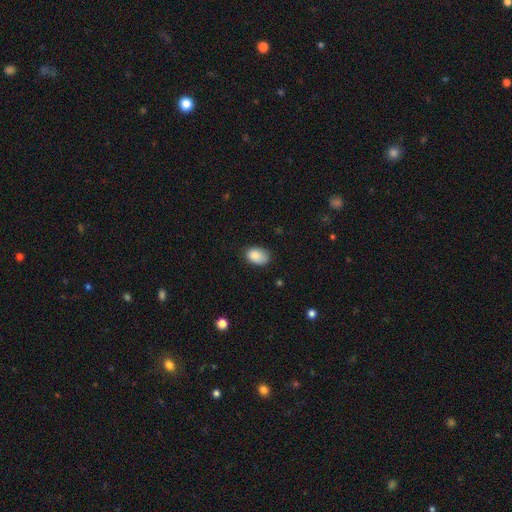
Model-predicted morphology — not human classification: The model was most divided on "merging": none: 69%, minor disturbance: 25%, major disturbance: 5%, merger: 1%. More confident: smooth or featured — smooth (86%); how rounded — in between (85%).